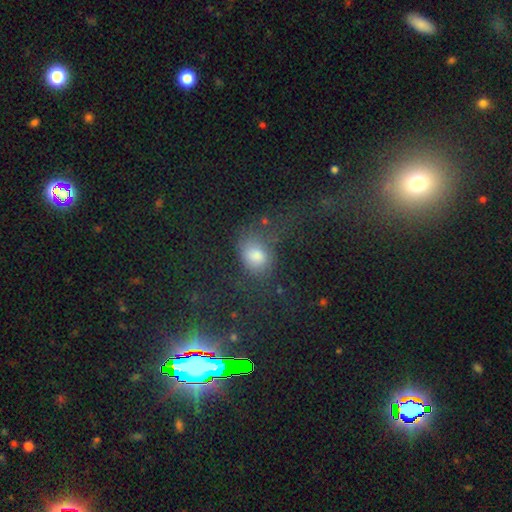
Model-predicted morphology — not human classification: Overall: smooth (65%). How rounded: in between (61%; round 37%). Merging: none (47%; major disturbance 26%).